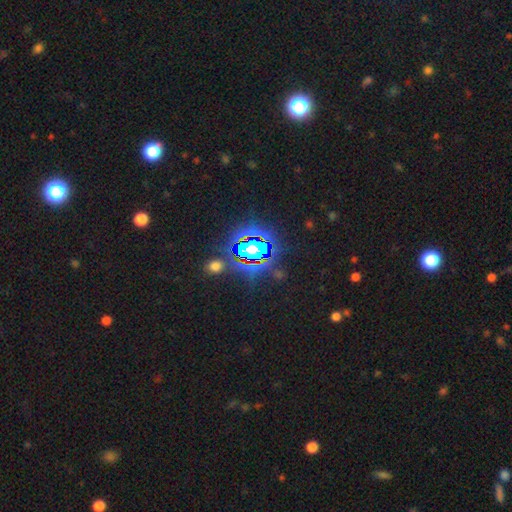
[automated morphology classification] Smooth or featured? Predicted: star or artifact (p=0.79).